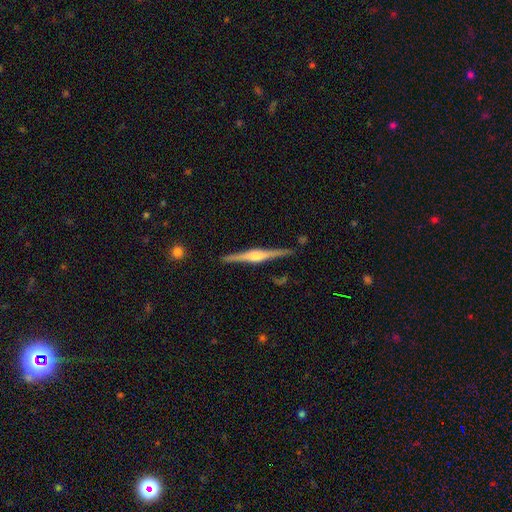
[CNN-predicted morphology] Q: Smooth or featured?
A: featured or disk (84%); runner-up: smooth (11%)
Q: Edge-on disk?
A: yes (98%); runner-up: no (2%)
Q: Edge-on bulge?
A: rounded (74%); runner-up: boxy (21%)
Q: Merging?
A: none (91%); runner-up: minor disturbance (7%)